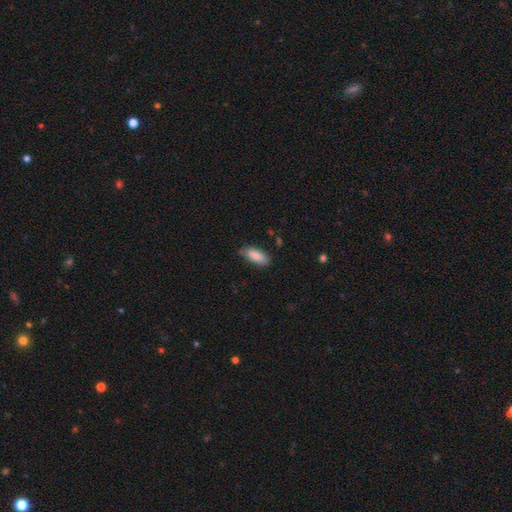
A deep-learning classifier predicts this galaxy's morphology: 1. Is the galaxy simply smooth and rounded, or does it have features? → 88% smooth, 6% featured or disk, 6% star or artifact.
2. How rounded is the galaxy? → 84% in between, 14% cigar-shaped, 2% round.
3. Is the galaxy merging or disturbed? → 77% none, 18% minor disturbance, 3% major disturbance, 2% merger.